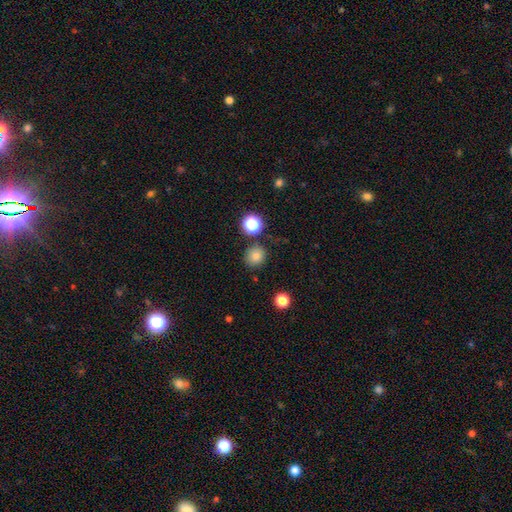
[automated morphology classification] A smooth galaxy with no disk features (81%) that is round (87%). Merging: none (83%).